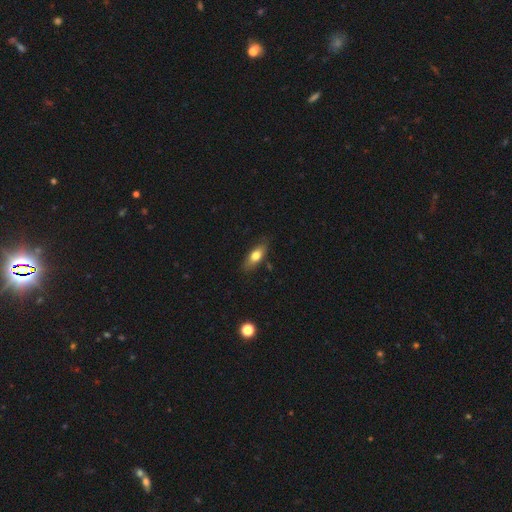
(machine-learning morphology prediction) smooth 70%, featured or disk 23%, star or artifact 7%. Down the decision tree: how rounded — in between (73%); merging — none (81%).